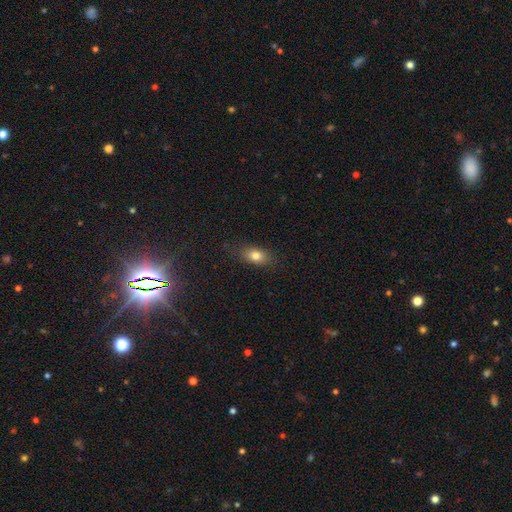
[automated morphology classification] Smooth or featured: smooth — 79% (featured or disk — 10%)
How rounded: in between — 81% (round — 14%)
Merging: none — 82% (minor disturbance — 13%)